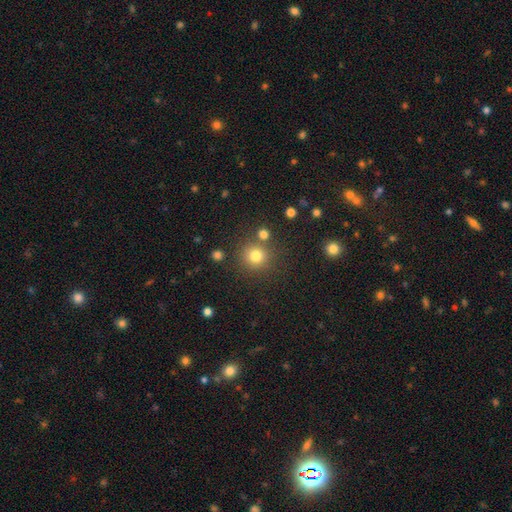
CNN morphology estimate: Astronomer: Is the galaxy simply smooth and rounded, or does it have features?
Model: smooth — 79%.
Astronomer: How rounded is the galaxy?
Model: round — 93%.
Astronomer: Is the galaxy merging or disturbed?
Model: none — 81%.